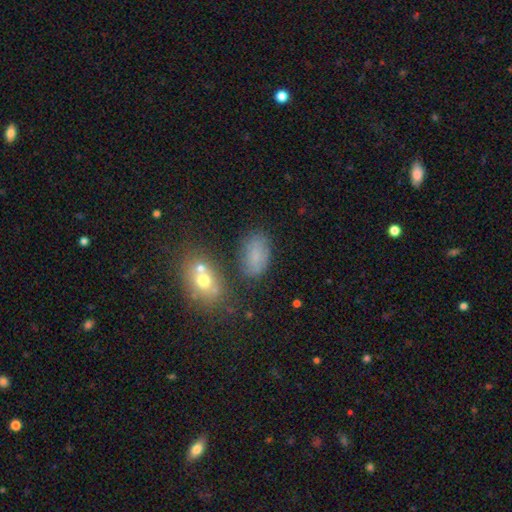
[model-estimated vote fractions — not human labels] This appears to be a smooth galaxy with no disk features (71%) that is in between round and cigar-shaped (90%). Merging: none (65%).